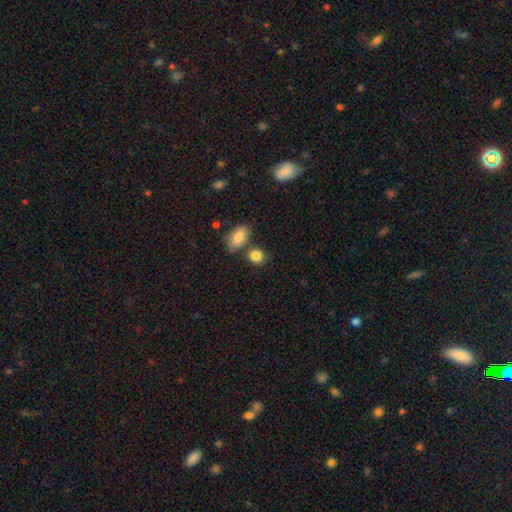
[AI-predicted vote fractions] Smooth or featured? smooth (86%)
How rounded? round (63%)
Merging? none (65%)